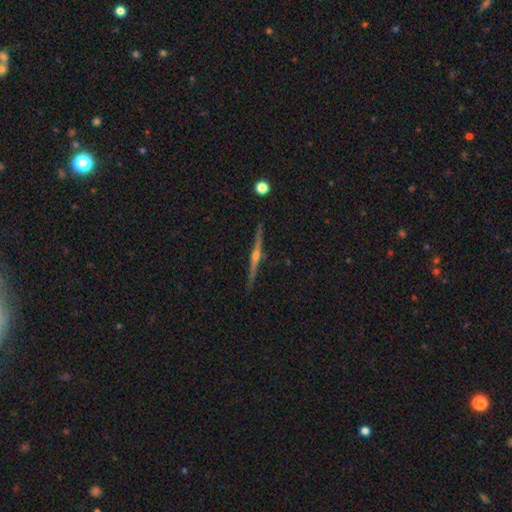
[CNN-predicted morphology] smooth-or-featured: featured or disk: 84% | smooth: 10% | star or artifact: 6%
  disk-edge-on: yes: 98% | no: 2%
    edge-on-bulge: rounded: 92% | none: 5% | boxy: 3%
  merging: none: 91% | minor disturbance: 6% | major disturbance: 1% | merger: 1%